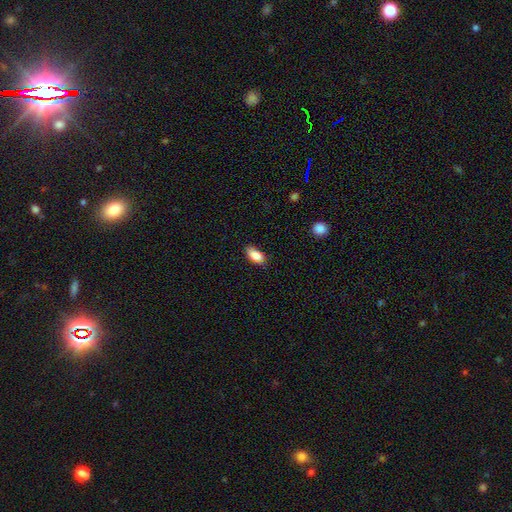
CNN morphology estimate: Q: Smooth or featured?
A: smooth (87%); runner-up: star or artifact (8%)
Q: How rounded?
A: in between (89%); runner-up: cigar-shaped (7%)
Q: Merging?
A: none (74%); runner-up: minor disturbance (21%)